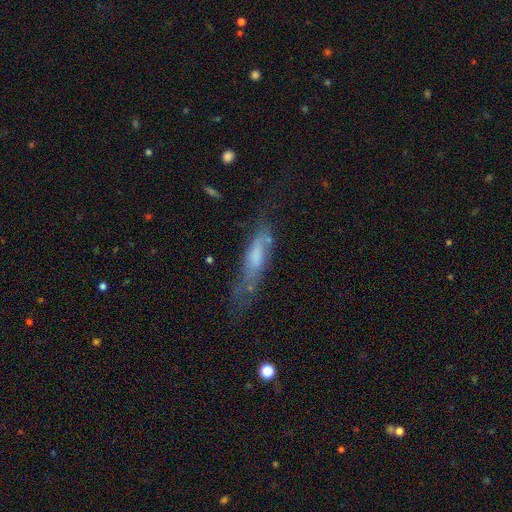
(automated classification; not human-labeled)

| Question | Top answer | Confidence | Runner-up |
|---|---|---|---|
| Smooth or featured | smooth | 47% | featured or disk (44%) |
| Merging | none | 47% | minor disturbance (28%) |